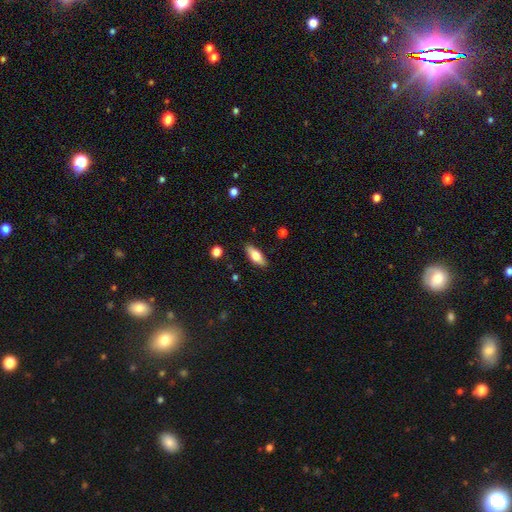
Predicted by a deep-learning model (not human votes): Smooth or featured: smooth — 71% (featured or disk — 23%)
How rounded: in between — 73% (cigar-shaped — 25%)
Merging: none — 87% (minor disturbance — 10%)